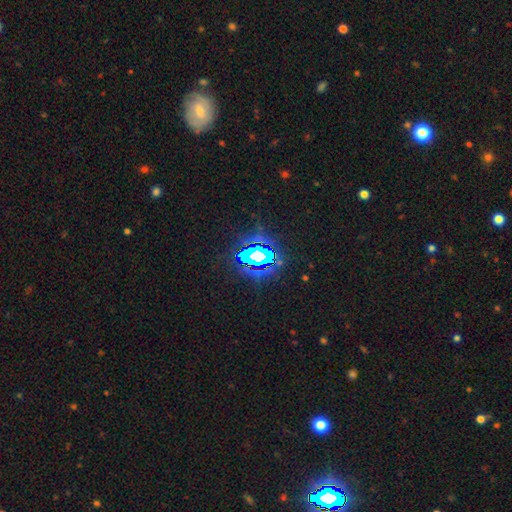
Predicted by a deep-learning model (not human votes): Q: Smooth or featured?
A: star or artifact (70%); runner-up: smooth (16%)